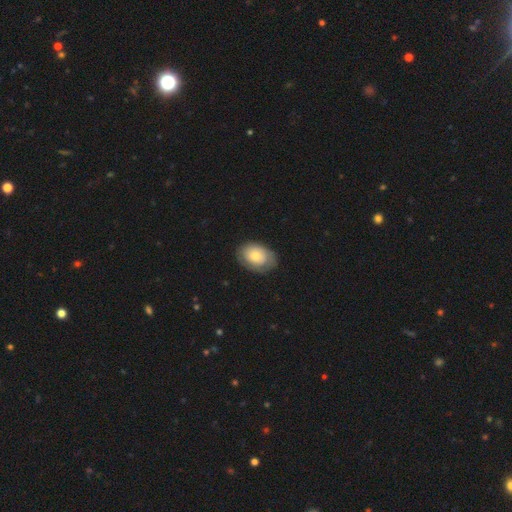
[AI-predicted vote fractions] Overall: smooth (63%; featured or disk 31%). How rounded: in between (79%). Merging: none (73%).